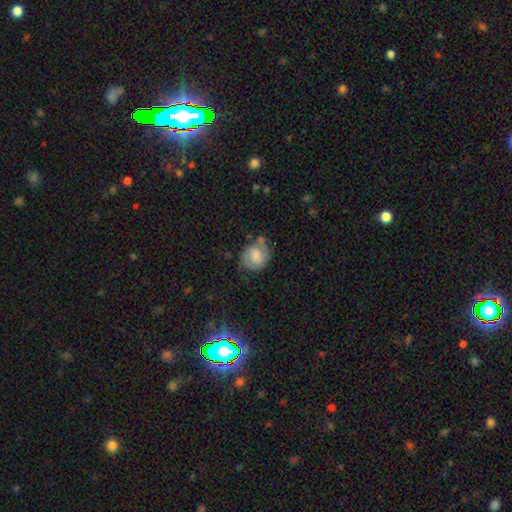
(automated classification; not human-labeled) A smooth galaxy with no disk features (66%) that is round (61%). Merging: none (50%).